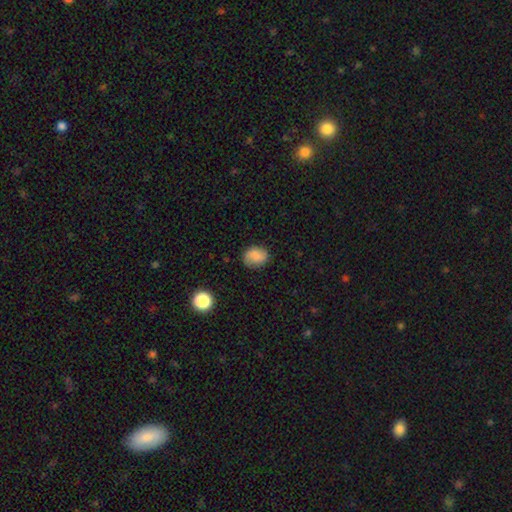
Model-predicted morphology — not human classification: Smooth or featured: smooth — 76% (featured or disk — 14%)
How rounded: in between — 51% (round — 48%)
Merging: none — 77% (minor disturbance — 17%)